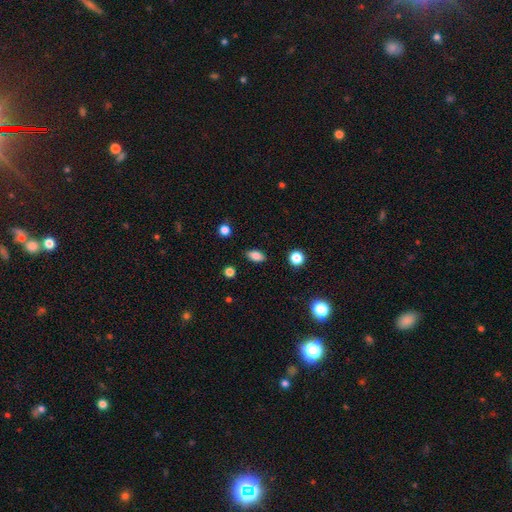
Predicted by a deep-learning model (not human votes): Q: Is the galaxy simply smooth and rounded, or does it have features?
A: smooth — 84%.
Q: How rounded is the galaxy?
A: in between — 86%.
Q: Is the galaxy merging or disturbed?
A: none — 87%.